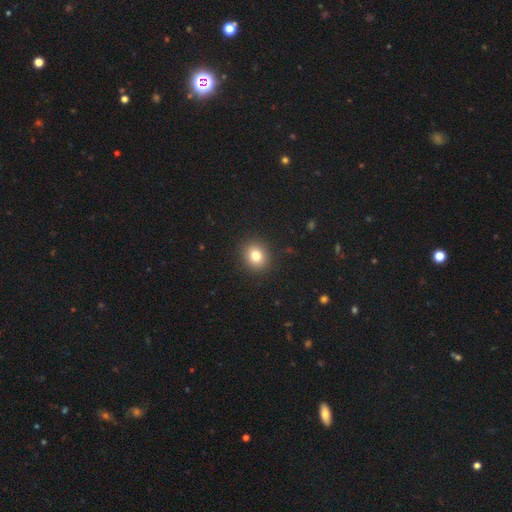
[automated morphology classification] A smooth galaxy with no disk features (80%) that is round (77%). Merging: none (91%).